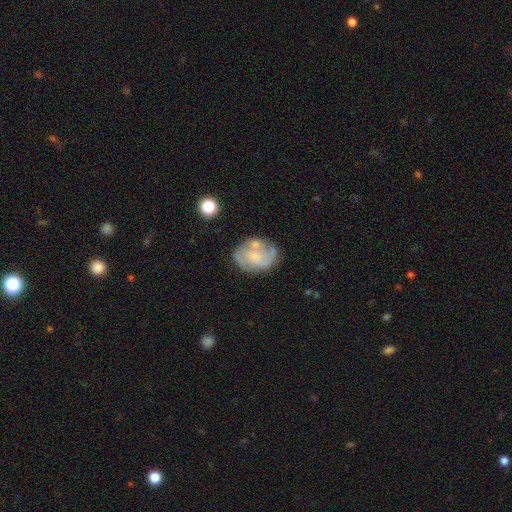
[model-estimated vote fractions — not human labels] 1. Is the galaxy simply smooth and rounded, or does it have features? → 55% featured or disk, 37% smooth, 8% star or artifact.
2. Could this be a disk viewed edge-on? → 97% no, 3% yes.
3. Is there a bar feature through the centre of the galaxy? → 69% no, 26% weak, 5% strong.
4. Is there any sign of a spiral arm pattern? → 61% yes, 39% no.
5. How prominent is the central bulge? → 34% none, 31% small, 26% moderate, 7% large, 2% dominant.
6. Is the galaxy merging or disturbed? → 54% none, 23% minor disturbance, 11% merger, 11% major disturbance.